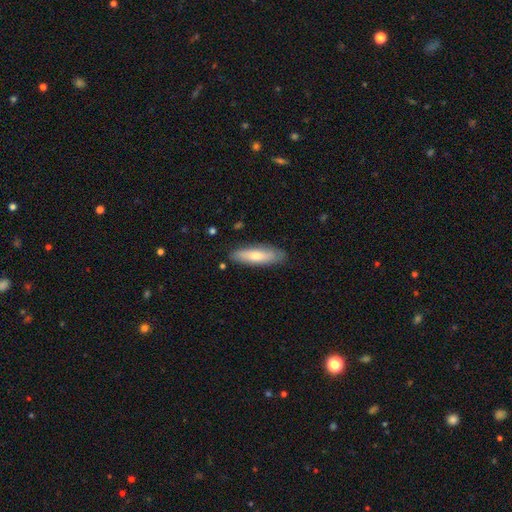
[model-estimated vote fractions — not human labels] Smooth or featured: smooth — 67% (featured or disk — 27%)
How rounded: cigar-shaped — 60% (in between — 39%)
Merging: none — 84% (minor disturbance — 12%)